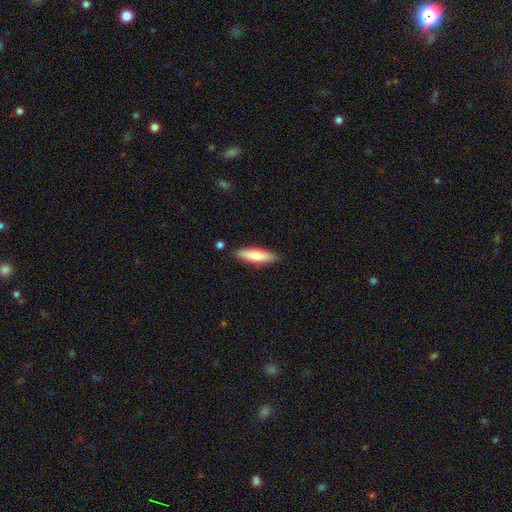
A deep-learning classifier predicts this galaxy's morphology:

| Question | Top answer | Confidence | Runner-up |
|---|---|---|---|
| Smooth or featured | smooth | 73% | featured or disk (21%) |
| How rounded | cigar-shaped | 66% | in between (33%) |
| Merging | none | 84% | minor disturbance (11%) |